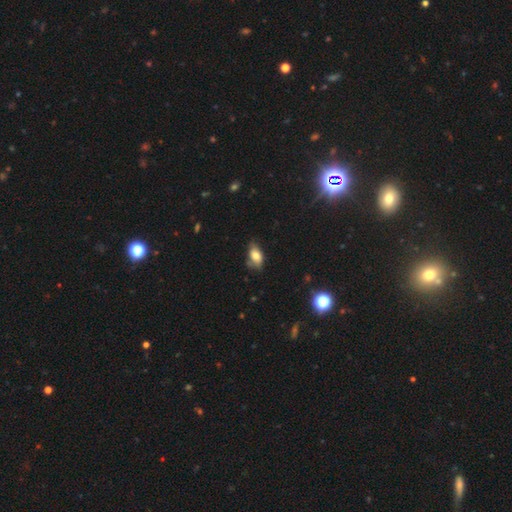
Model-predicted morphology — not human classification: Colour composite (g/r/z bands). It shows a smooth galaxy with no disk features (74%) that is in between round and cigar-shaped (89%). Merging: none (54%).